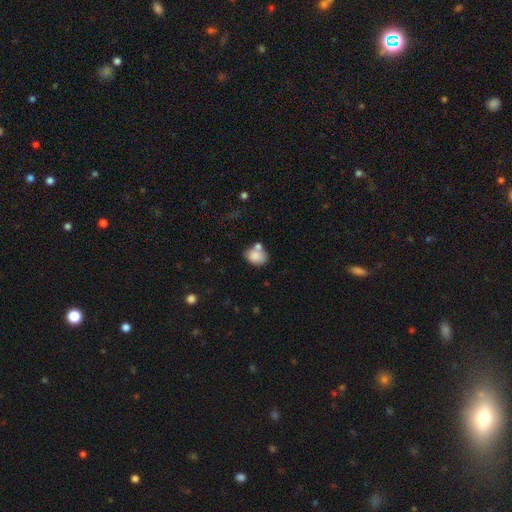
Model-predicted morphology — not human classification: Q: Smooth or featured?
A: smooth (83%); runner-up: featured or disk (9%)
Q: How rounded?
A: in between (64%); runner-up: round (35%)
Q: Merging?
A: none (50%); runner-up: merger (28%)